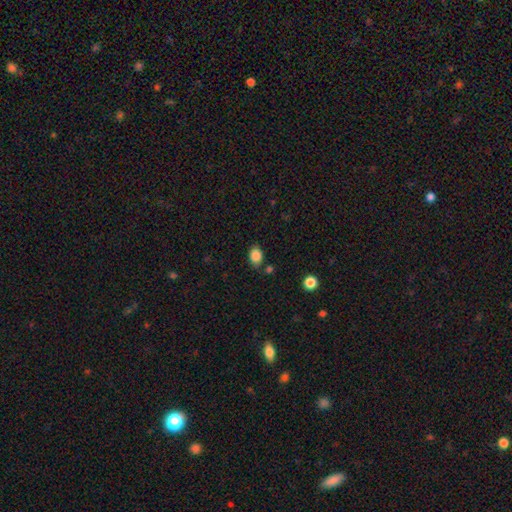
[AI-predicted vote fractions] Smooth or featured? Predicted: smooth (p=0.86). How rounded? Predicted: in between (p=0.75). Merging? Predicted: none (p=0.75).